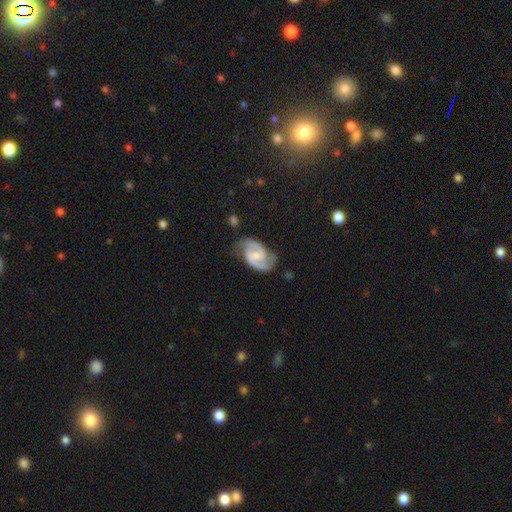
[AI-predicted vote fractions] smooth-or-featured: featured or disk: 84% | smooth: 11% | star or artifact: 5%
  disk-edge-on: no: 98% | yes: 2%
    bar: weak: 50% | no: 37% | strong: 12%
    has-spiral-arms: yes: 96% | no: 4%
      spiral-winding: medium: 53% | tight: 30% | loose: 17%
      spiral-arm-count: 2: 89% | can't tell: 5% | 1: 3% | 3: 2% | 4: 1% | more than 4: 1%
    bulge-size: small: 48% | moderate: 39% | none: 9% | large: 3% | dominant: 1%
  merging: none: 68% | minor disturbance: 22% | major disturbance: 8% | merger: 2%